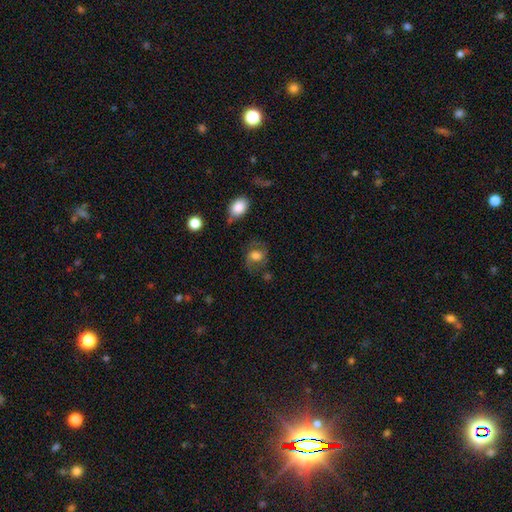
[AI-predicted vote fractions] This appears to be a smooth galaxy with no disk features (55%) that is in between round and cigar-shaped (50%). Merging: none (61%).